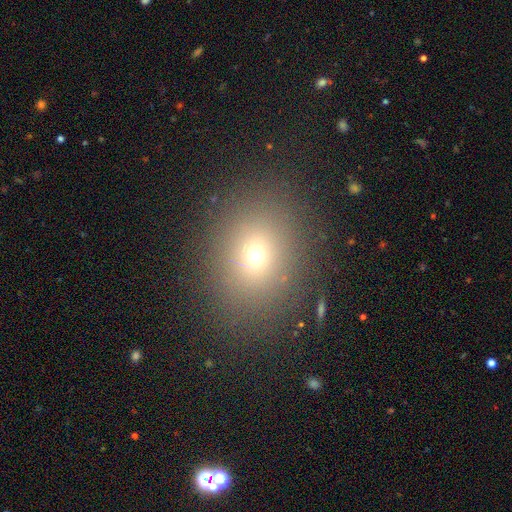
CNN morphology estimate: type=smooth (67%); roundness=round (57%); merging=none (86%).